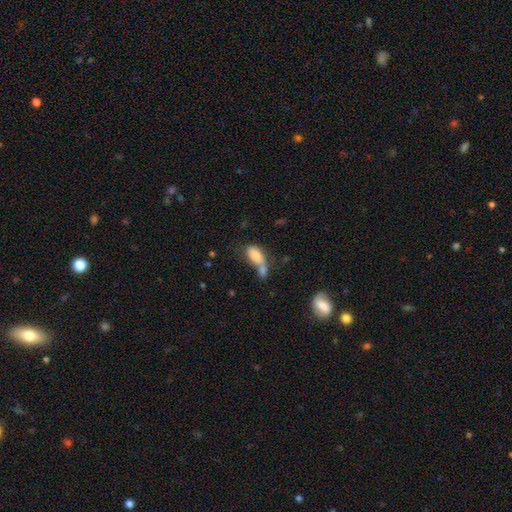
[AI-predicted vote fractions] Smooth or featured? smooth (77%)
How rounded? in between (87%)
Merging? merger (55%)